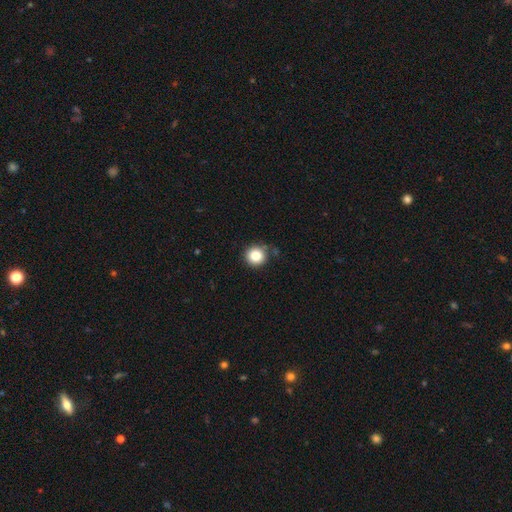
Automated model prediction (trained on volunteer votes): Morphology: type=smooth (84%); roundness=round (93%); merging=none (78%).